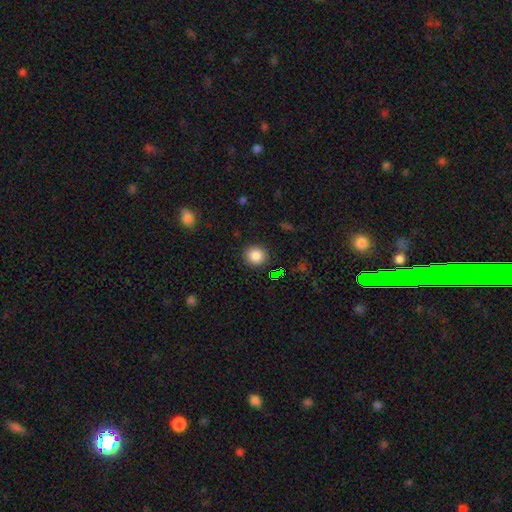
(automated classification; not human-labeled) smooth 84%, star or artifact 11%, featured or disk 5%. Down the decision tree: how rounded — round (87%); merging — none (89%).